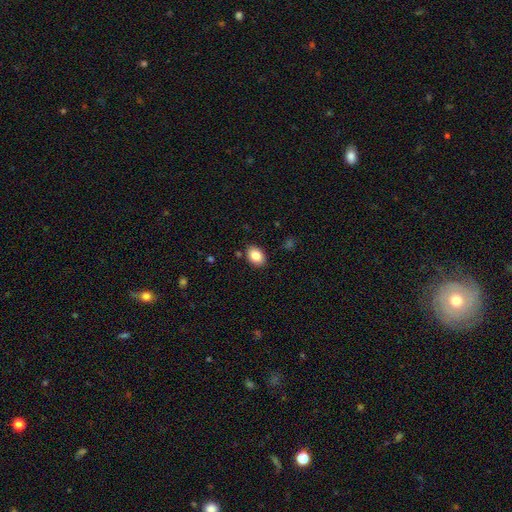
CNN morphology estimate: This is clearly a smooth galaxy (85%). How rounded: likely in between (74%). Merging: clearly none (86%).